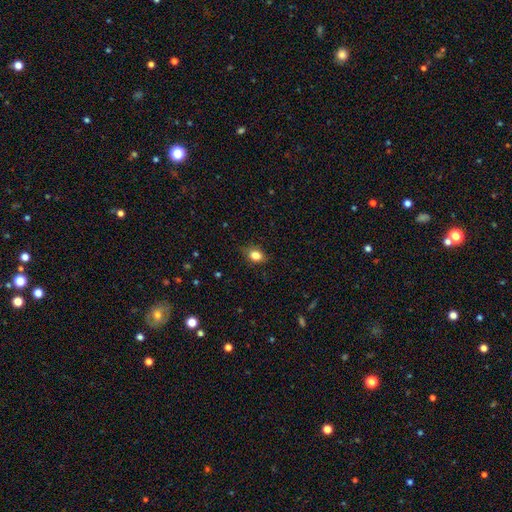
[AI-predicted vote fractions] The model was most divided on "how rounded": in between: 62%, round: 36%, cigar-shaped: 2%. More confident: smooth or featured — smooth (83%); merging — none (81%).